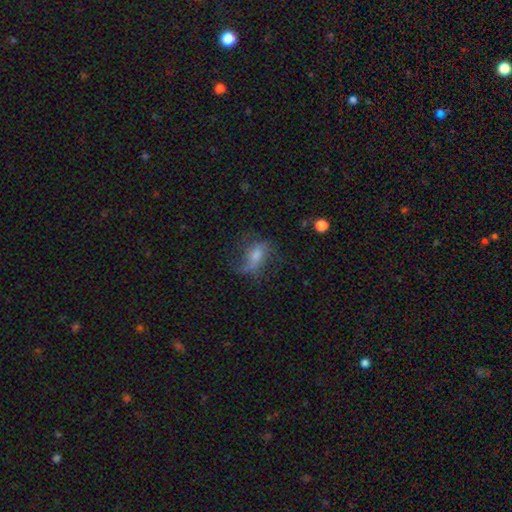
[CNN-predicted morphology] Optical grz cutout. It shows a featured or disk galaxy (52%). Merging: none (51%).